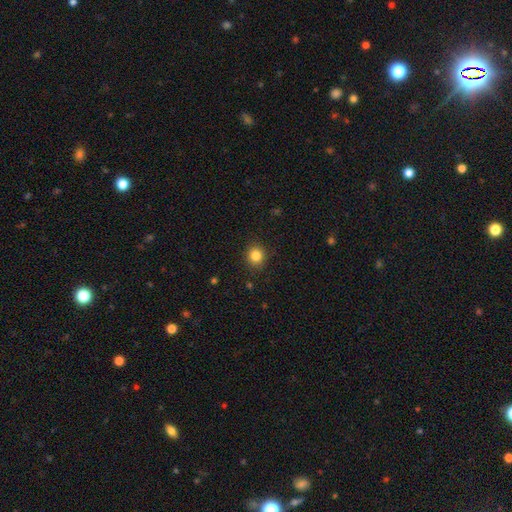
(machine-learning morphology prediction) smooth_or_featured: smooth (p=0.83) [alt: star or artifact p=0.11]
how_rounded: round (p=0.85) [alt: in between p=0.14]
merging: none (p=0.90) [alt: minor disturbance p=0.07]